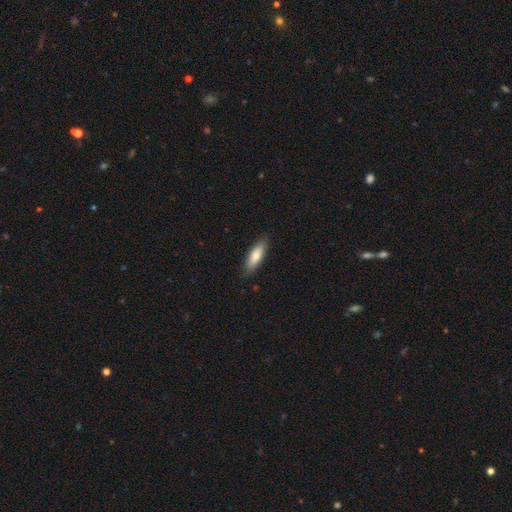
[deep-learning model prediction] The model was most divided on "how rounded": in between: 58%, cigar-shaped: 41%, round: 2%. More confident: merging — none (85%); smooth or featured — smooth (79%).